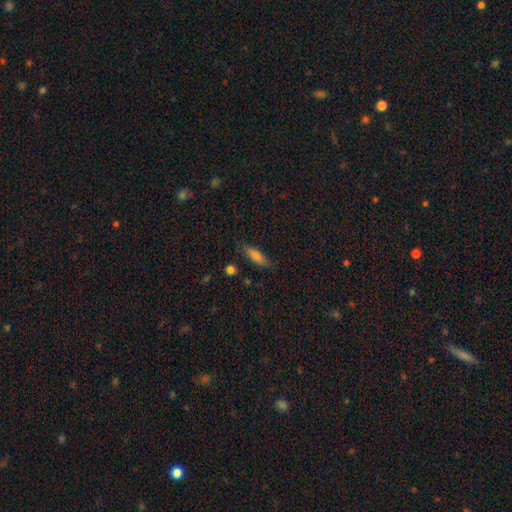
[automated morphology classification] smooth_or_featured: smooth (p=0.76) [alt: featured or disk p=0.16]
how_rounded: cigar-shaped (p=0.56) [alt: in between p=0.42]
merging: none (p=0.82) [alt: minor disturbance p=0.14]